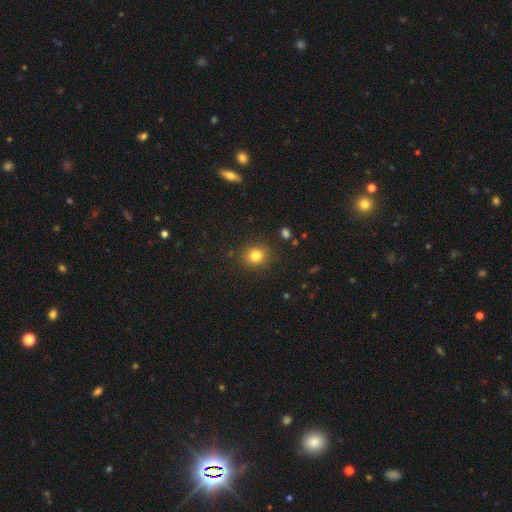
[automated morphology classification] This is clearly a smooth galaxy (81%). How rounded: likely round (76%). Merging: clearly none (88%).